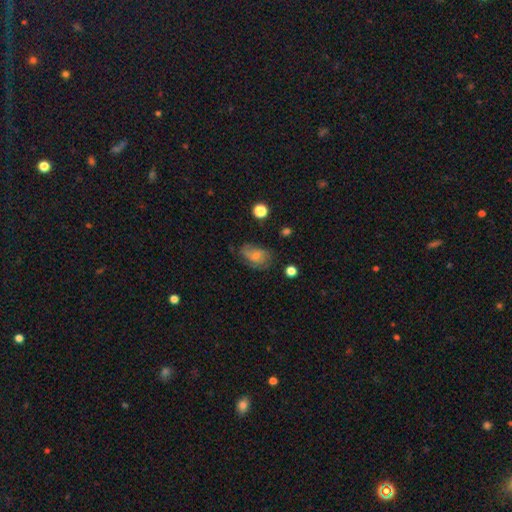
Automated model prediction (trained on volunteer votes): This appears to be a smooth galaxy with no disk features (61%) that is in between round and cigar-shaped (83%). Merging: none (56%).